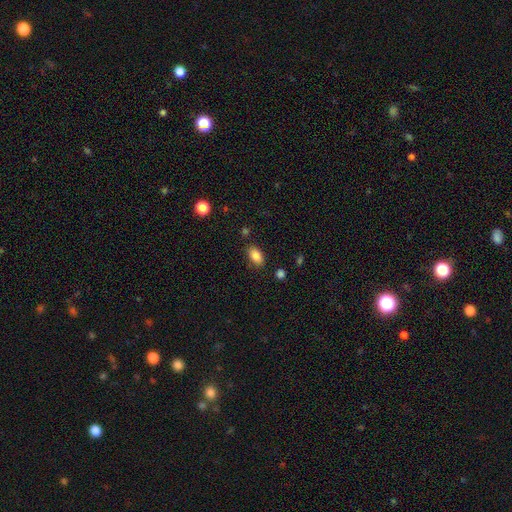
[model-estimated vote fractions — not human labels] Morphology: type=smooth (86%); roundness=in between (91%); merging=none (82%).